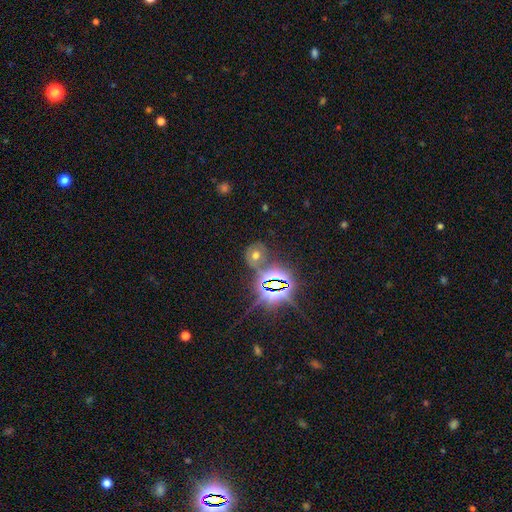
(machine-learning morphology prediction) A star or artifact, not a galaxy (44%).